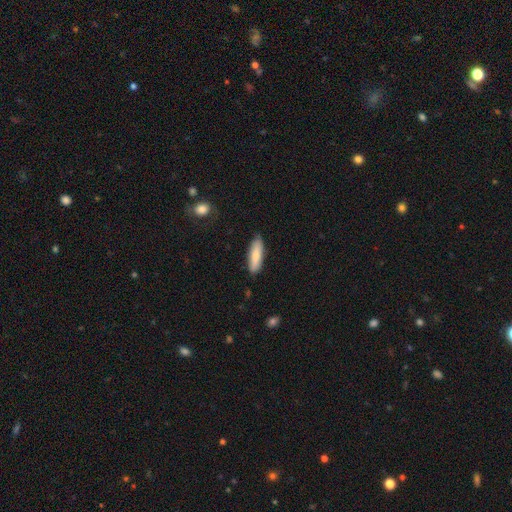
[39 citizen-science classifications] Smooth or featured?
  - smooth: 82% *
  - featured or disk: 18%
  - star or artifact: 0%
How rounded?
  - cigar-shaped: 72% *
  - in between: 28%
  - round: 0%
Merging?
  - none: 82% *
  - minor disturbance: 15%
  - major disturbance: 3%
  - merger: 0%